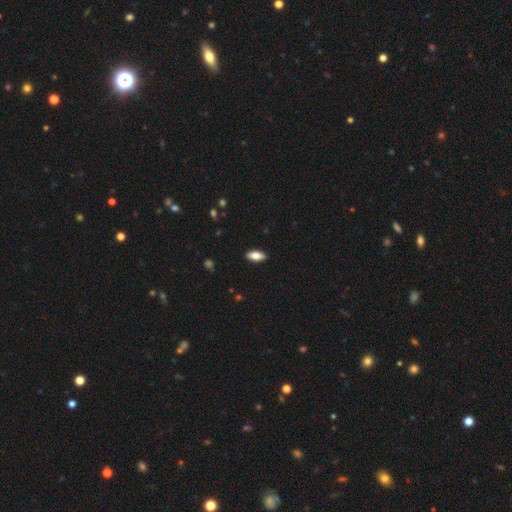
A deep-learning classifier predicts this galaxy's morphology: Smooth or featured?
  - smooth: 75% *
  - featured or disk: 19%
  - star or artifact: 6%
How rounded?
  - in between: 80% *
  - cigar-shaped: 17%
  - round: 2%
Merging?
  - none: 89% *
  - minor disturbance: 8%
  - major disturbance: 2%
  - merger: 1%